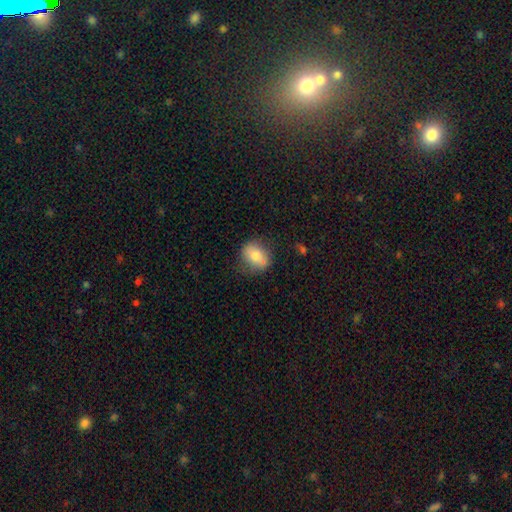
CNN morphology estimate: Smooth or featured? Predicted: smooth (p=0.76). How rounded? Predicted: round (p=0.57). Merging? Predicted: none (p=0.63).